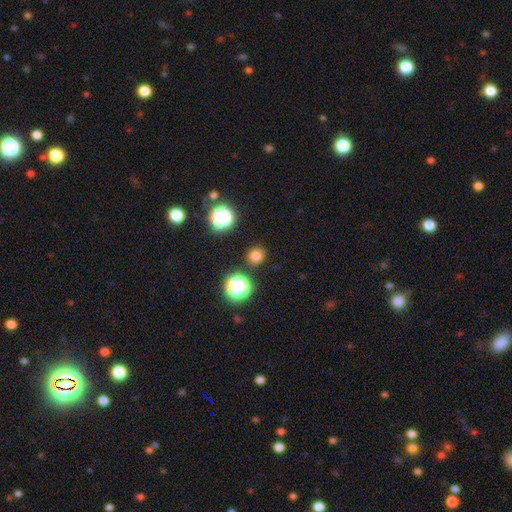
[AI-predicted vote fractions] smooth-or-featured: smooth: 75% | star or artifact: 19% | featured or disk: 5%
  how-rounded: round: 87% | in between: 12% | cigar-shaped: 1%
  merging: none: 89% | minor disturbance: 6% | major disturbance: 2% | merger: 2%